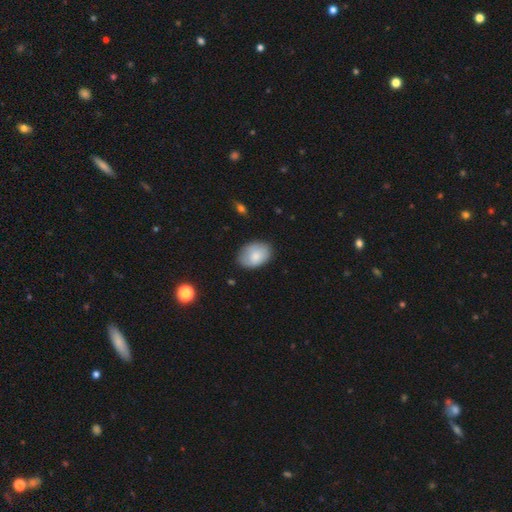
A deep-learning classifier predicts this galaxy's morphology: This appears to be a smooth galaxy with no disk features (83%) that is in between round and cigar-shaped (82%). Merging: none (78%).